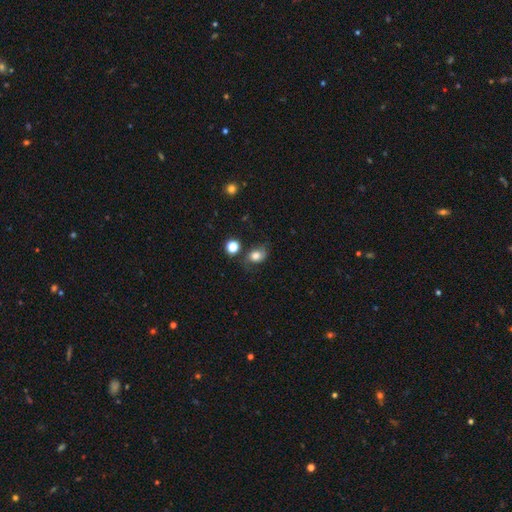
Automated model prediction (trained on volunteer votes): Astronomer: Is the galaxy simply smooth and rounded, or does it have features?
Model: smooth — 68%.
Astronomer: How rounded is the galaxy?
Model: in between — 55% (runner-up: round, 44%).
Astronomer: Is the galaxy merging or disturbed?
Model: none — 56%.